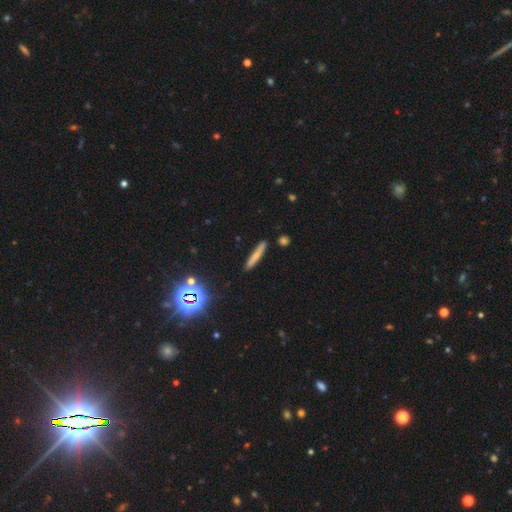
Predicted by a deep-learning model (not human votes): Morphology: type=smooth (68%); roundness=cigar-shaped (93%); merging=none (87%).